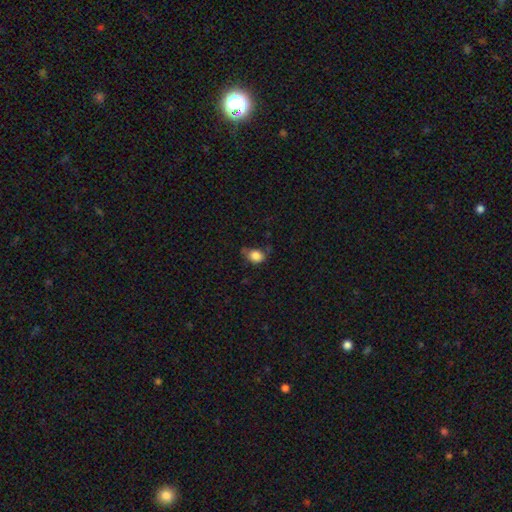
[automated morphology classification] A smooth galaxy with no disk features (84%) that is in between round and cigar-shaped (57%).

Vote fractions:
- Smooth or featured? smooth: 84% / star or artifact: 10% / featured or disk: 7%
- How rounded? in between: 57% / round: 41% / cigar-shaped: 1%
- Merging? none: 47% / minor disturbance: 37% / major disturbance: 13% / merger: 4%